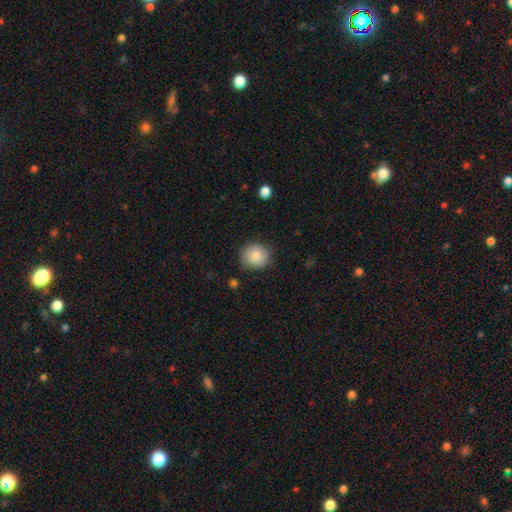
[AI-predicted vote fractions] Smooth or featured: smooth — 85% (star or artifact — 8%)
How rounded: round — 85% (in between — 14%)
Merging: none — 83% (minor disturbance — 13%)